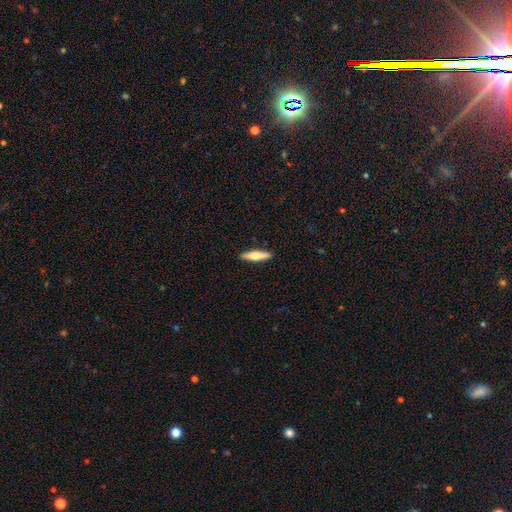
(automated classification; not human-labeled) This appears to be a smooth galaxy with no disk features (57%) that is cigar-shaped (78%). Merging: none (91%).